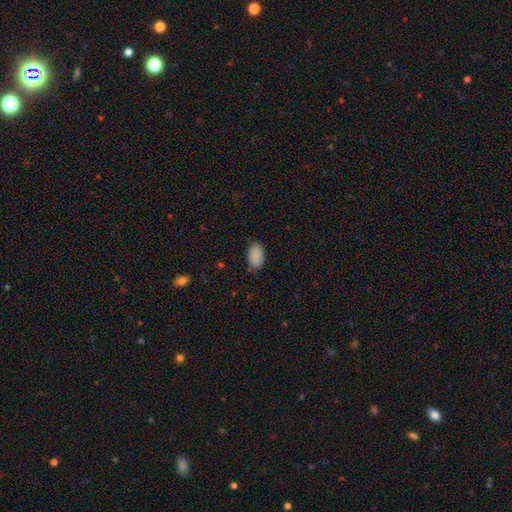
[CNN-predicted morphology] Smooth or featured? Predicted: smooth (p=0.89). How rounded? Predicted: in between (p=0.93). Merging? Predicted: none (p=0.81).